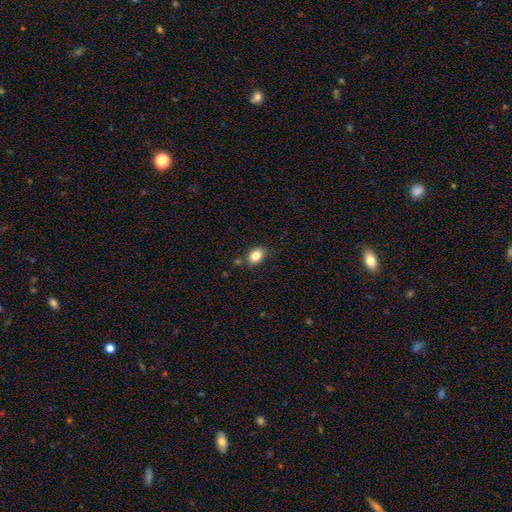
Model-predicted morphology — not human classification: Smooth or featured?
  - smooth: 84% *
  - star or artifact: 9%
  - featured or disk: 7%
How rounded?
  - in between: 75% *
  - round: 24%
  - cigar-shaped: 1%
Merging?
  - none: 80% *
  - minor disturbance: 13%
  - merger: 5%
  - major disturbance: 3%